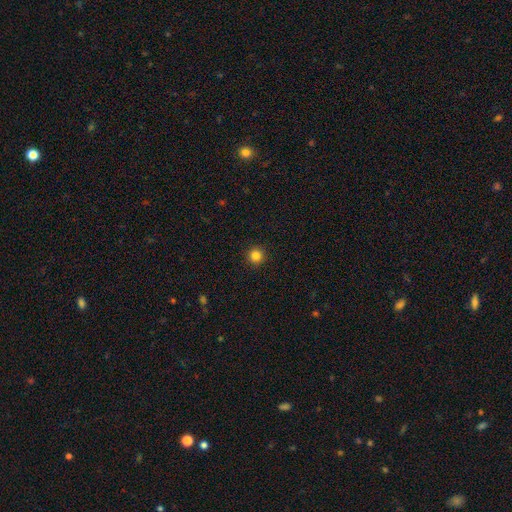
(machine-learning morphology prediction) A smooth galaxy with no disk features (84%) that is round (96%).

Vote fractions:
- Smooth or featured? smooth: 84% / star or artifact: 12% / featured or disk: 4%
- How rounded? round: 96% / in between: 3% / cigar-shaped: 1%
- Merging? none: 93% / minor disturbance: 4% / major disturbance: 2% / merger: 1%